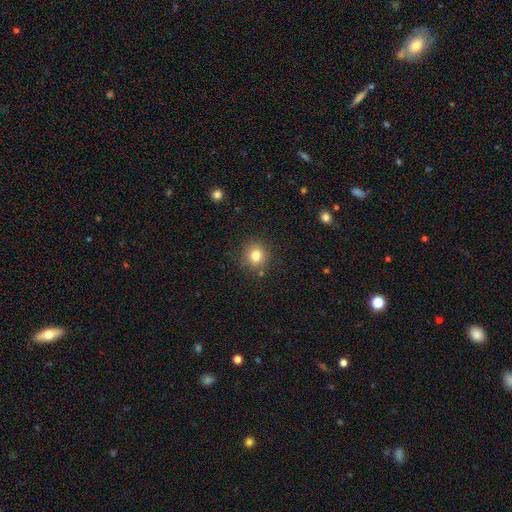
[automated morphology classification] A smooth galaxy with no disk features (79%) that is round (86%).

Vote fractions:
- Smooth or featured? smooth: 79% / star or artifact: 13% / featured or disk: 8%
- How rounded? round: 86% / in between: 13% / cigar-shaped: 1%
- Merging? none: 86% / minor disturbance: 9% / major disturbance: 3% / merger: 3%